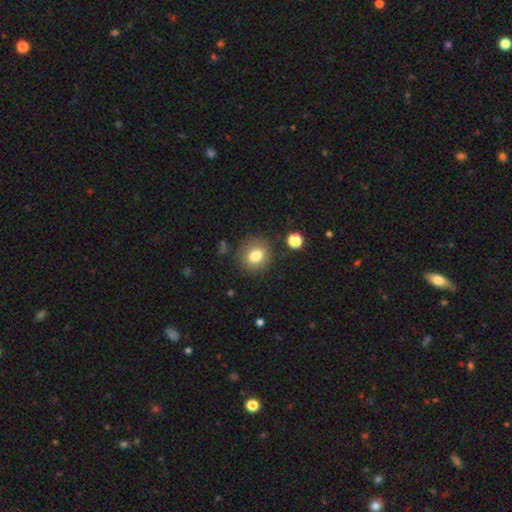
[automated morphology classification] type=smooth (79%); roundness=round (70%); merging=none (83%).